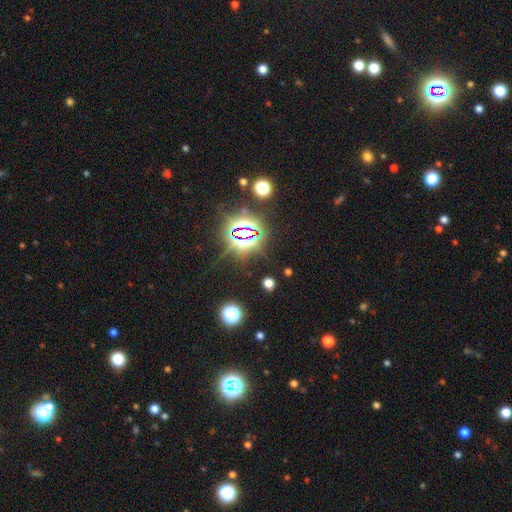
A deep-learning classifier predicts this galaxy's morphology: A star or artifact, not a galaxy (81%).